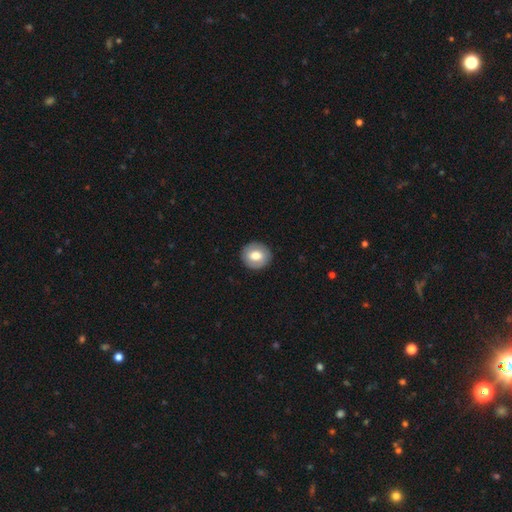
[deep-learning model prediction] smooth-or-featured: smooth: 72% | featured or disk: 22% | star or artifact: 7%
  how-rounded: round: 85% | in between: 14% | cigar-shaped: 1%
  merging: none: 90% | minor disturbance: 7% | major disturbance: 2% | merger: 1%